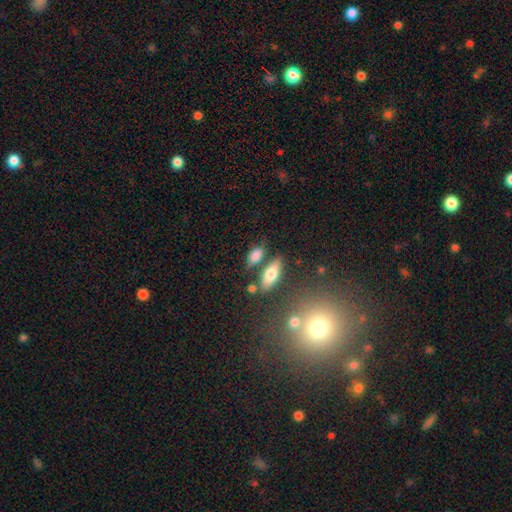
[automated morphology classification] smooth-or-featured: smooth: 79% | featured or disk: 12% | star or artifact: 9%
  how-rounded: in between: 81% | cigar-shaped: 13% | round: 6%
  merging: none: 59% | merger: 19% | minor disturbance: 16% | major disturbance: 6%